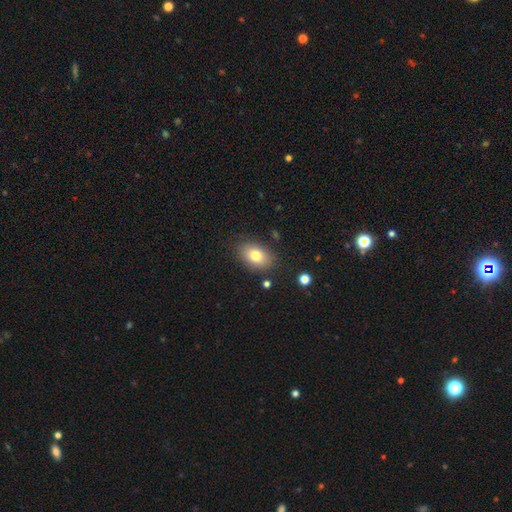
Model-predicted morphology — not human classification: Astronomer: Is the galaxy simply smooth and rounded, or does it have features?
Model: smooth — 79%.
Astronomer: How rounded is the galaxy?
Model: in between — 84%.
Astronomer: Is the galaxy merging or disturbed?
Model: none — 84%.